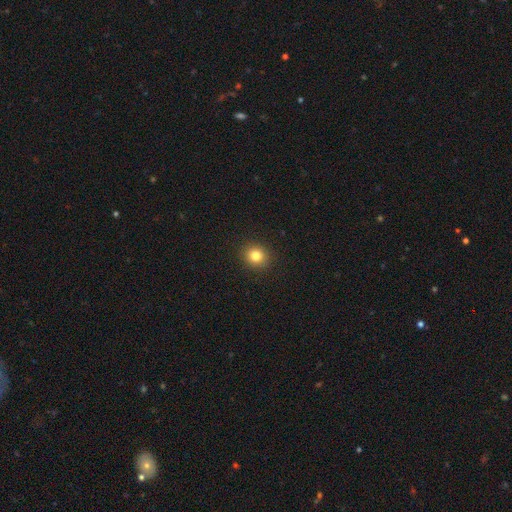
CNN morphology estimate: A smooth galaxy with no disk features (81%) that is round (85%).

Vote fractions:
- Smooth or featured? smooth: 81% / star or artifact: 12% / featured or disk: 7%
- How rounded? round: 85% / in between: 14% / cigar-shaped: 1%
- Merging? none: 92% / minor disturbance: 5% / major disturbance: 2% / merger: 1%